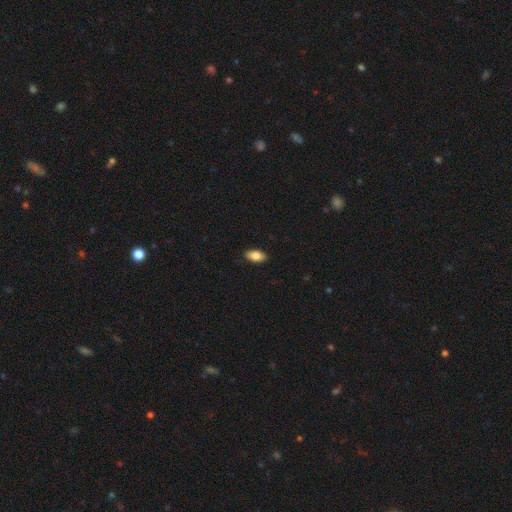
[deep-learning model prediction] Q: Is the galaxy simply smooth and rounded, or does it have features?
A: smooth — 82%.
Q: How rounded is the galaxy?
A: in between — 91%.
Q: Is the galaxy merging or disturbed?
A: none — 89%.